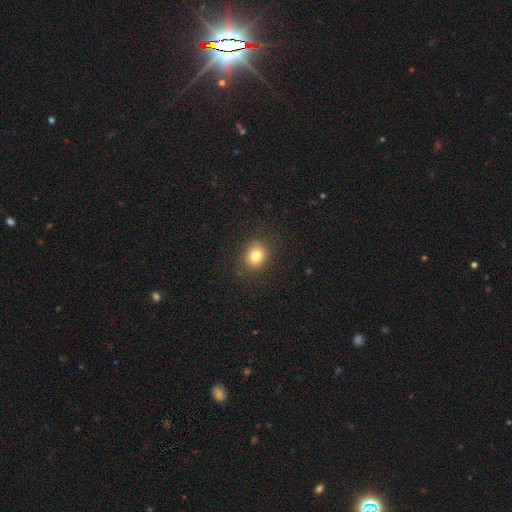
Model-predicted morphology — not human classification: smooth-or-featured: smooth: 79% | star or artifact: 12% | featured or disk: 9%
  how-rounded: round: 70% | in between: 29% | cigar-shaped: 1%
  merging: none: 85% | minor disturbance: 10% | major disturbance: 3% | merger: 1%